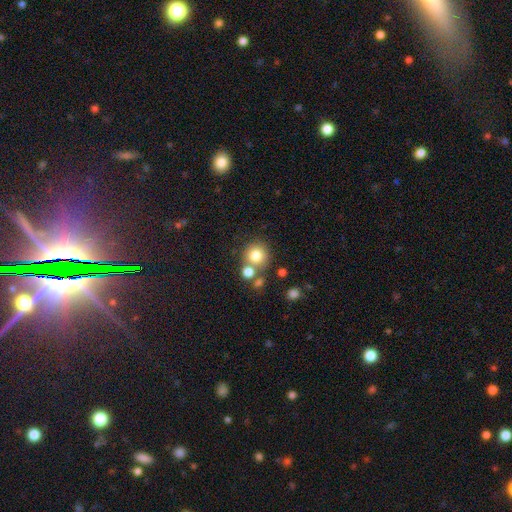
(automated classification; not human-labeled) This appears to be a smooth galaxy with no disk features (78%) that is round (90%). Merging: none (64%).